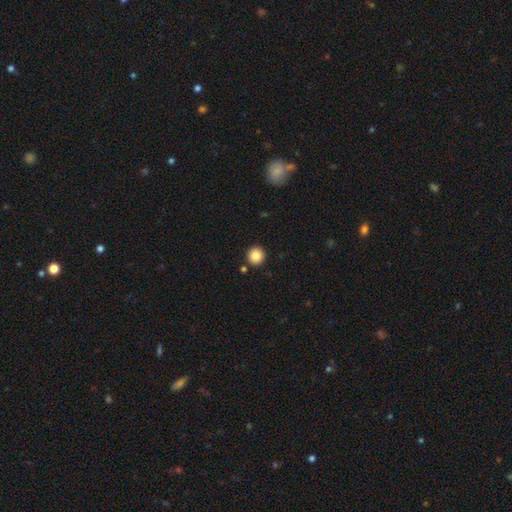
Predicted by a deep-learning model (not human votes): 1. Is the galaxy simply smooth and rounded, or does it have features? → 85% smooth, 10% star or artifact, 5% featured or disk.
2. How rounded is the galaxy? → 93% round, 6% in between, 1% cigar-shaped.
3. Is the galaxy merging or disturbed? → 90% none, 5% minor disturbance, 3% merger, 2% major disturbance.